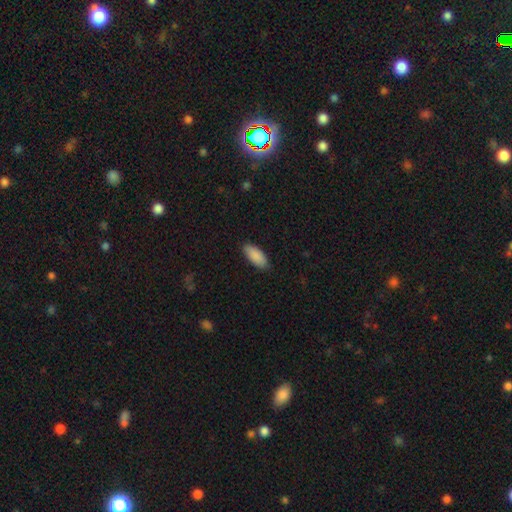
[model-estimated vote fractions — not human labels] Smooth or featured? Predicted: smooth (p=0.90). How rounded? Predicted: in between (p=0.86). Merging? Predicted: none (p=0.87).